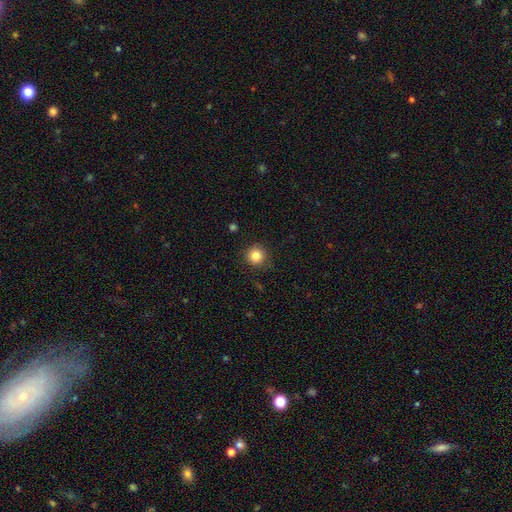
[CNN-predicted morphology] A smooth galaxy with no disk features (84%) that is round (94%). Merging: none (88%).